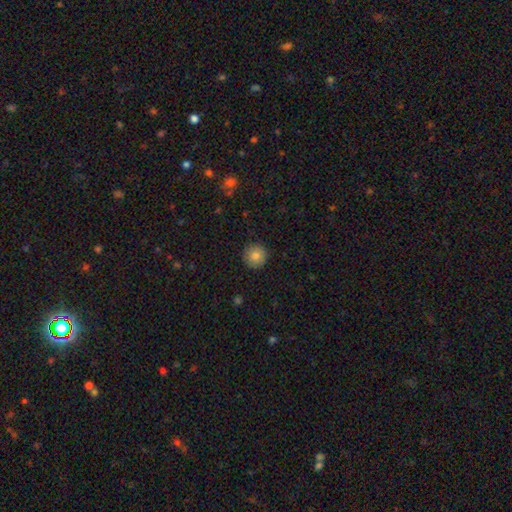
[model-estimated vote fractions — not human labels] smooth-or-featured: smooth: 83% | star or artifact: 9% | featured or disk: 8%
  how-rounded: round: 96% | in between: 4% | cigar-shaped: 1%
  merging: none: 91% | minor disturbance: 6% | major disturbance: 2% | merger: 1%